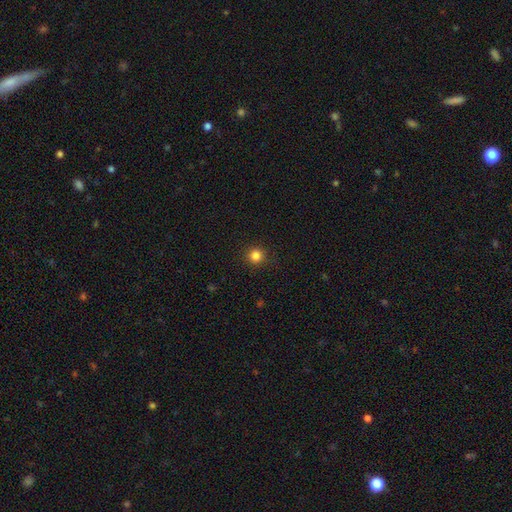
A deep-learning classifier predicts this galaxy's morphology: Smooth or featured? smooth (83%)
How rounded? round (95%)
Merging? none (92%)